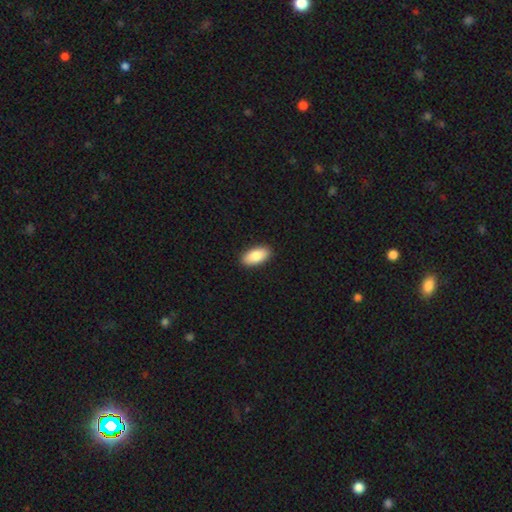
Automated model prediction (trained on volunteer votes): smooth_or_featured: smooth (p=0.86) [alt: featured or disk p=0.08]
how_rounded: in between (p=0.93) [alt: cigar-shaped p=0.05]
merging: none (p=0.91) [alt: minor disturbance p=0.07]